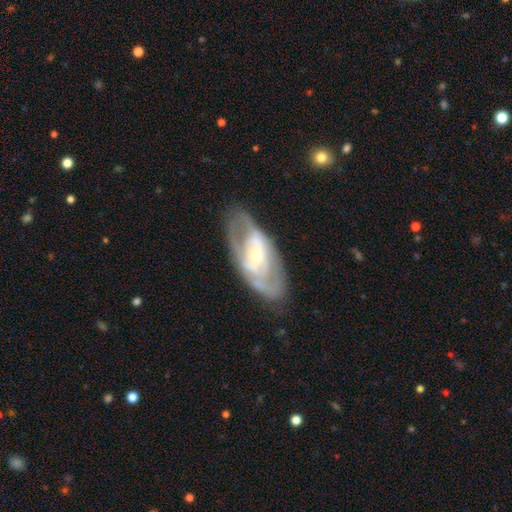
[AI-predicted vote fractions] This appears to be a featured or disk galaxy (79%) with no bar (47%), 2 (56%) tight (48%) spiral arms (70%) and a small central bulge (53%). Merging: none (76%).